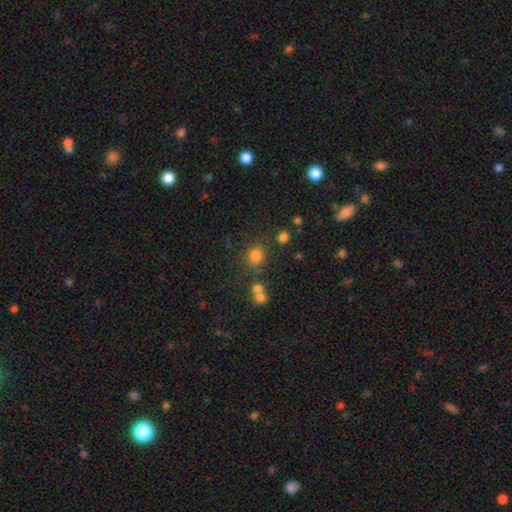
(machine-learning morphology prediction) A smooth galaxy with no disk features (78%) that is round (78%). Merging: none (73%).